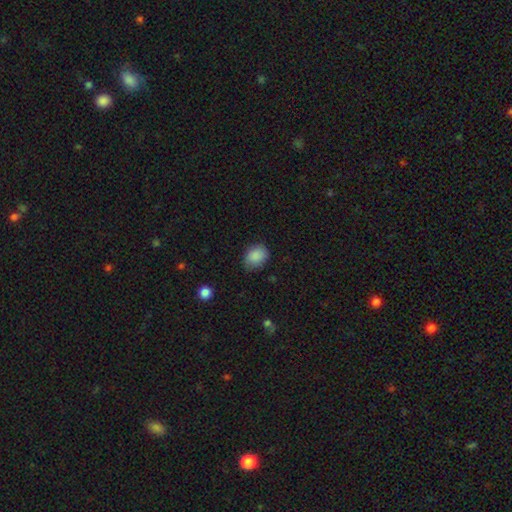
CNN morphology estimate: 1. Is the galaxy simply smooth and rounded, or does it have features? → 87% smooth, 8% star or artifact, 5% featured or disk.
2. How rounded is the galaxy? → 63% in between, 36% round, 1% cigar-shaped.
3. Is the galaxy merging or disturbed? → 75% none, 20% minor disturbance, 4% major disturbance, 1% merger.